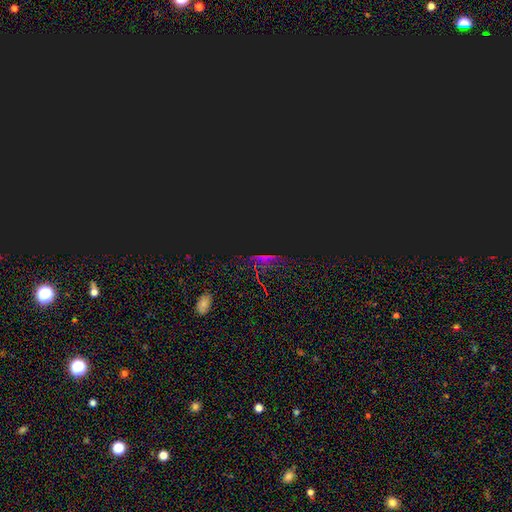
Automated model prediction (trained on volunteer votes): The model was most divided on "smooth or featured": star or artifact: 78%, smooth: 13%, featured or disk: 8%.